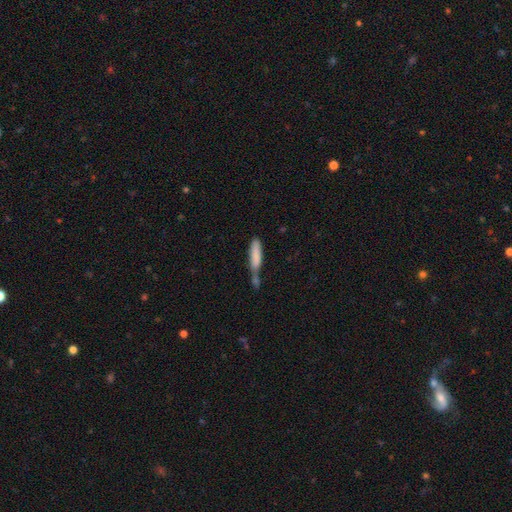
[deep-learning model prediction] Smooth or featured? Predicted: smooth (p=0.78). How rounded? Predicted: cigar-shaped (p=0.76). Merging? Predicted: merger (p=0.46).